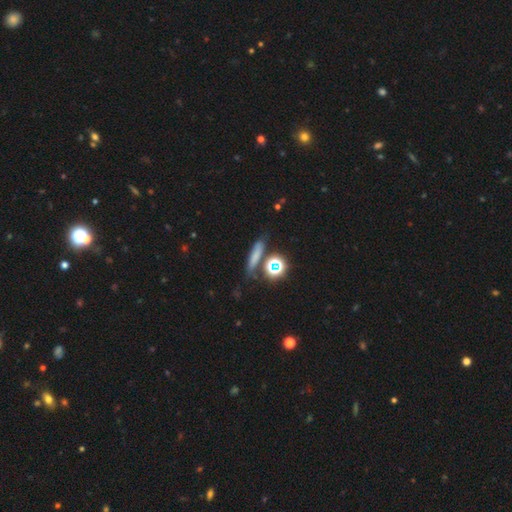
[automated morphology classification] Overall: smooth (64%). How rounded: cigar-shaped (64%). Merging: none (70%).